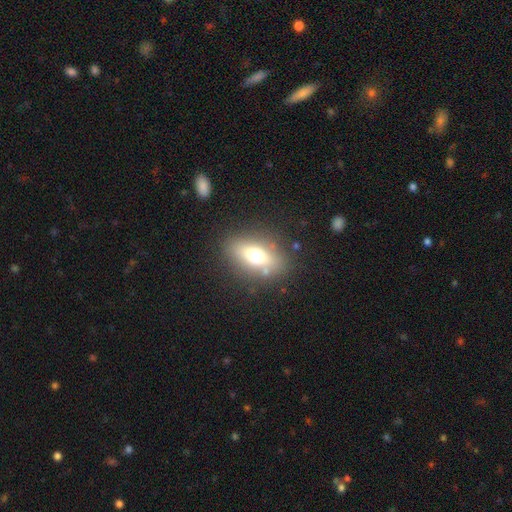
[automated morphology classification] smooth 62%, featured or disk 27%, star or artifact 12%. Down the decision tree: how rounded — in between (76%); merging — none (81%).